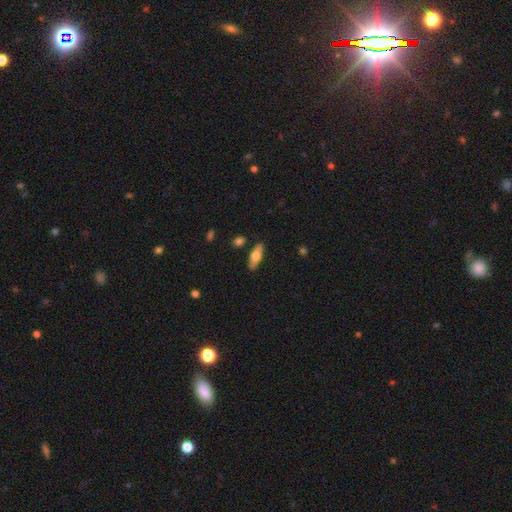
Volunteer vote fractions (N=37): smooth 73%, featured or disk 22%, star or artifact 5%. Down the decision tree: how rounded — in between (56%); merging — none (80%).